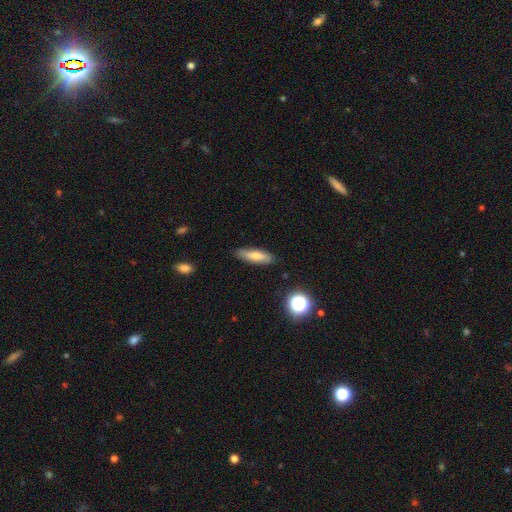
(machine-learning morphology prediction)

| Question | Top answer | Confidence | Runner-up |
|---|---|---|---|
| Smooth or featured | smooth | 67% | featured or disk (25%) |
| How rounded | cigar-shaped | 61% | in between (37%) |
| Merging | none | 84% | minor disturbance (12%) |